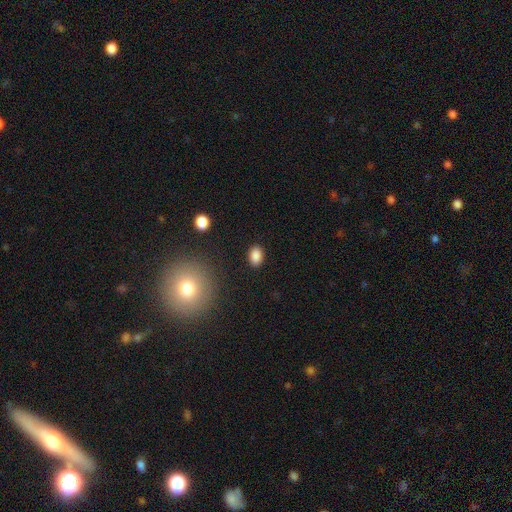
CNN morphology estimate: Smooth or featured? smooth (86%)
How rounded? in between (80%)
Merging? none (87%)